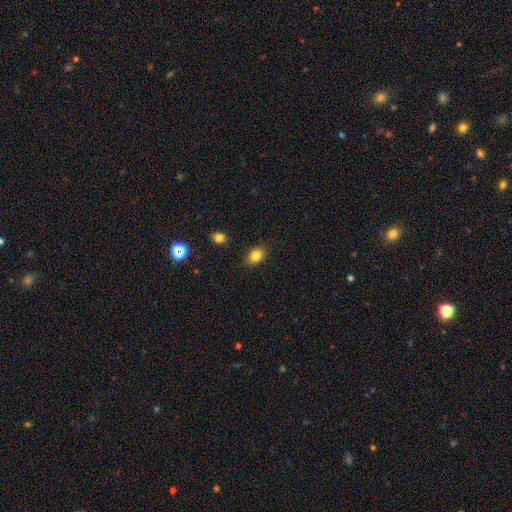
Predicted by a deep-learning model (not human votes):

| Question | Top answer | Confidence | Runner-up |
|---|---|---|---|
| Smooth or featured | smooth | 83% | star or artifact (11%) |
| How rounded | in between | 69% | round (30%) |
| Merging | none | 85% | minor disturbance (11%) |